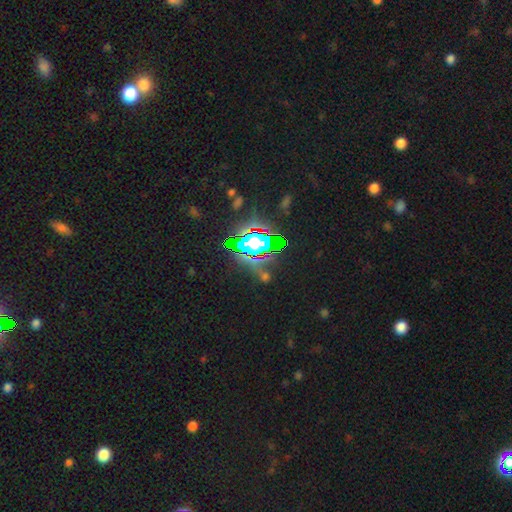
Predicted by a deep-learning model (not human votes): A star or artifact, not a galaxy (84%).